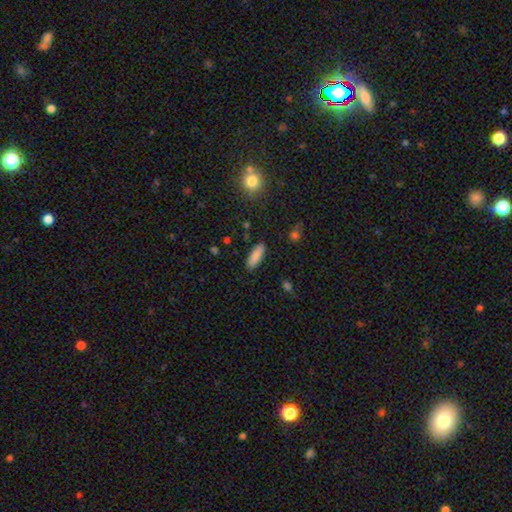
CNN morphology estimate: Smooth or featured? smooth (87%)
How rounded? in between (53%)
Merging? none (88%)